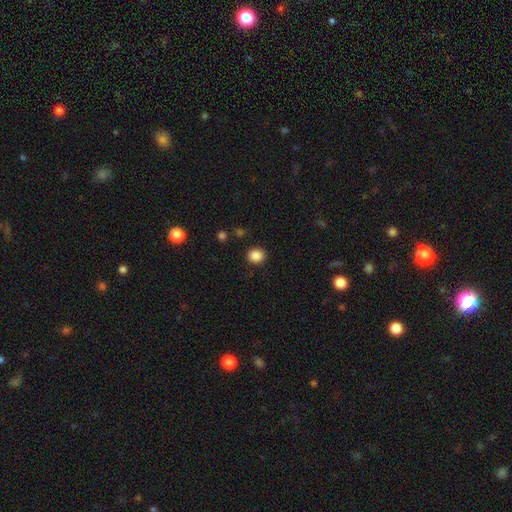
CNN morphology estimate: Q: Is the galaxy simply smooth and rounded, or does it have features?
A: smooth — 87%.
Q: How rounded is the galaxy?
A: round — 74%.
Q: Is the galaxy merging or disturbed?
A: none — 89%.